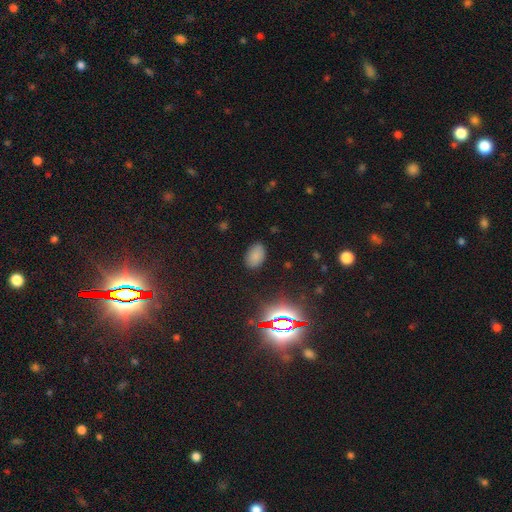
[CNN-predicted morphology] Q: Smooth or featured?
A: smooth (75%); runner-up: star or artifact (19%)
Q: How rounded?
A: in between (90%); runner-up: round (9%)
Q: Merging?
A: none (84%); runner-up: minor disturbance (11%)